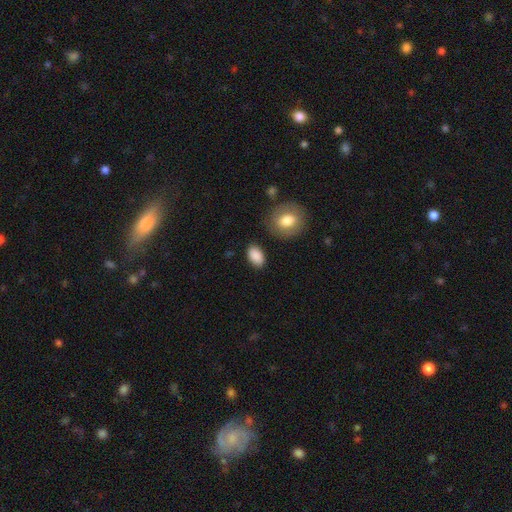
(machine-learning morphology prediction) Smooth or featured? smooth (89%)
How rounded? in between (91%)
Merging? none (83%)